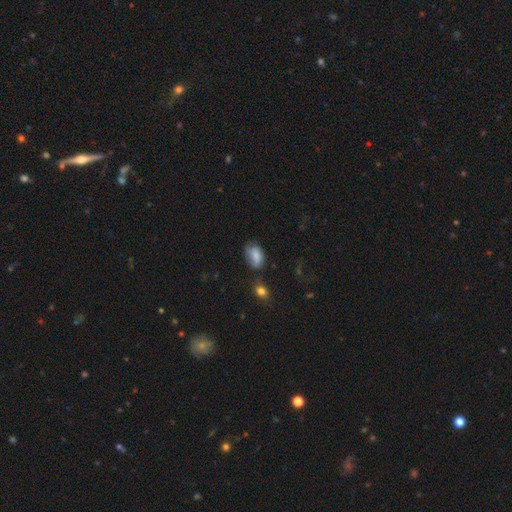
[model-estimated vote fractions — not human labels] smooth 76%, featured or disk 15%, star or artifact 9%. Down the decision tree: how rounded — in between (86%); merging — none (49%).